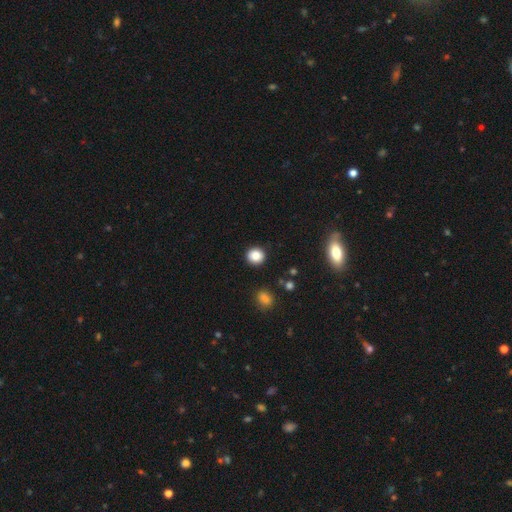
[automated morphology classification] Smooth or featured? Predicted: smooth (p=0.85). How rounded? Predicted: round (p=0.87). Merging? Predicted: none (p=0.91).